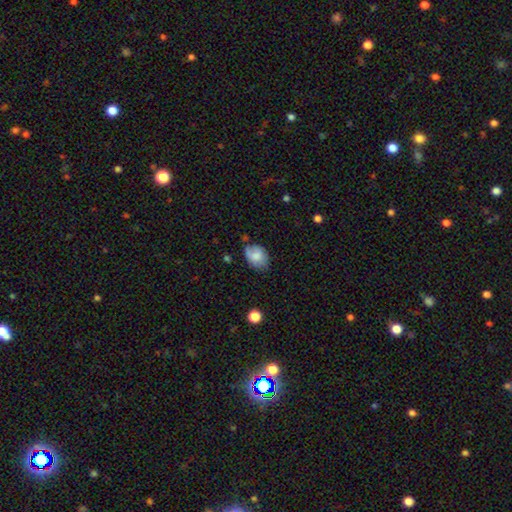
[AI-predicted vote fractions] Smooth or featured? Predicted: smooth (p=0.74). How rounded? Predicted: in between (p=0.75). Merging? Predicted: none (p=0.59).